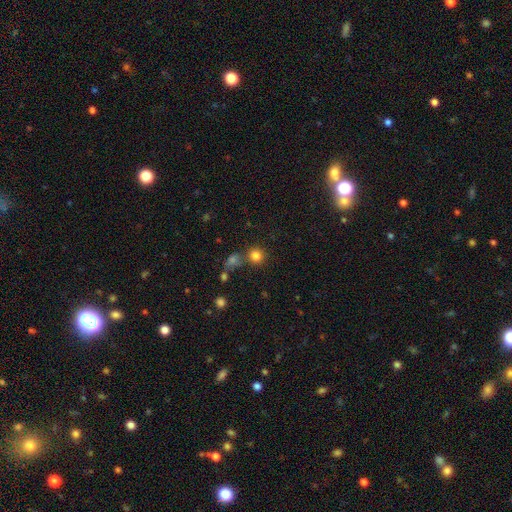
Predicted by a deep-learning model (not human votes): smooth 80%, star or artifact 14%, featured or disk 6%. Down the decision tree: how rounded — round (90%); merging — none (72%).